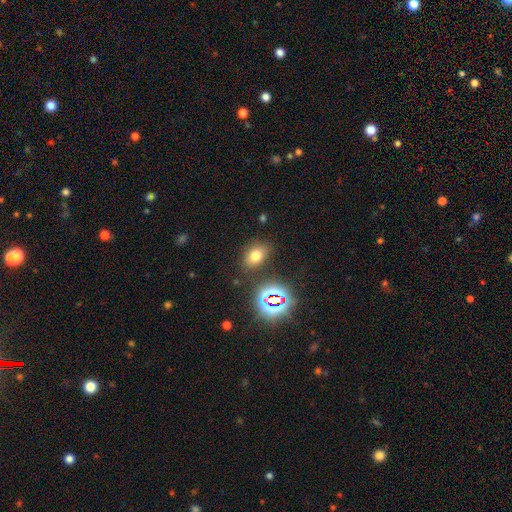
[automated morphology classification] Overall: smooth (67%). How rounded: in between (74%). Merging: none (81%).